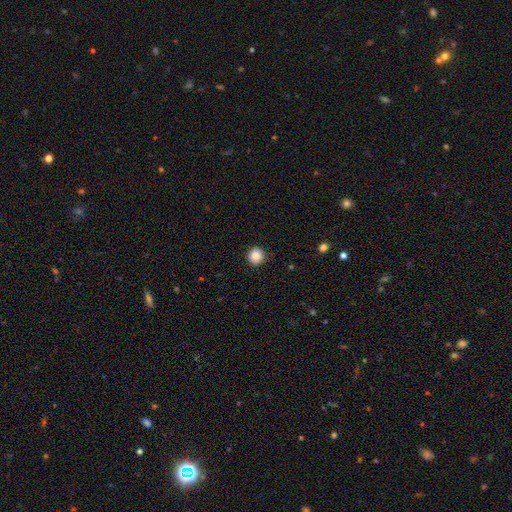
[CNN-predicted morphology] Smooth or featured: smooth — 86% (star or artifact — 9%)
How rounded: round — 93% (in between — 6%)
Merging: none — 92% (minor disturbance — 5%)